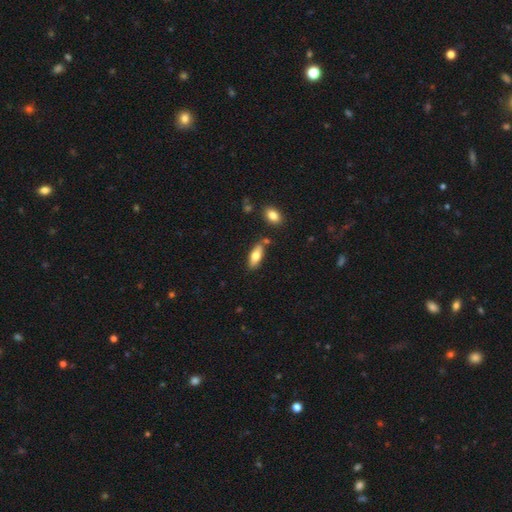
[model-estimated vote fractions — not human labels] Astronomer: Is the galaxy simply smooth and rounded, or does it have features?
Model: smooth — 73%.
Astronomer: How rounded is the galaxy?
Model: in between — 71%.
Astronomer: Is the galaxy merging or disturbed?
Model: none — 75%.